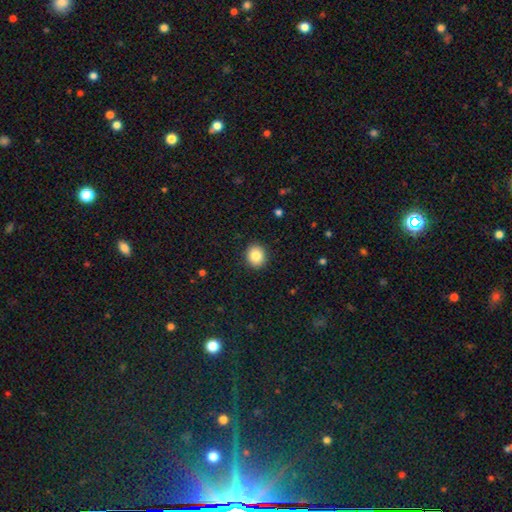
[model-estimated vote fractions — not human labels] This appears to be a smooth galaxy with no disk features (85%) that is round (77%). Merging: none (91%).